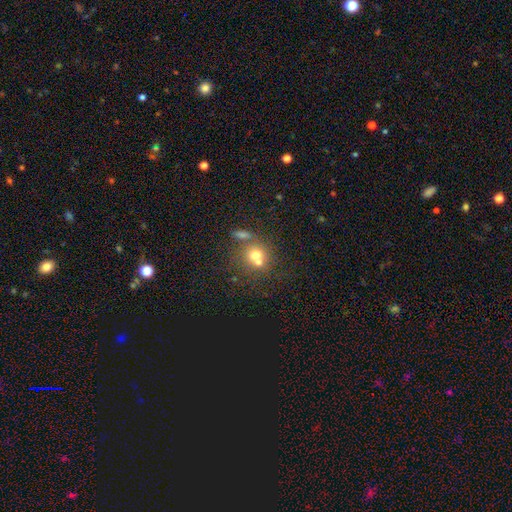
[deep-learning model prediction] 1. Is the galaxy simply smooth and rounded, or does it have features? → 67% smooth, 18% featured or disk, 15% star or artifact.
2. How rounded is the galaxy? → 83% round, 16% in between, 1% cigar-shaped.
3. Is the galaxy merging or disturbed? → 43% none (tied), 43% merger (tied), 9% minor disturbance, 4% major disturbance.